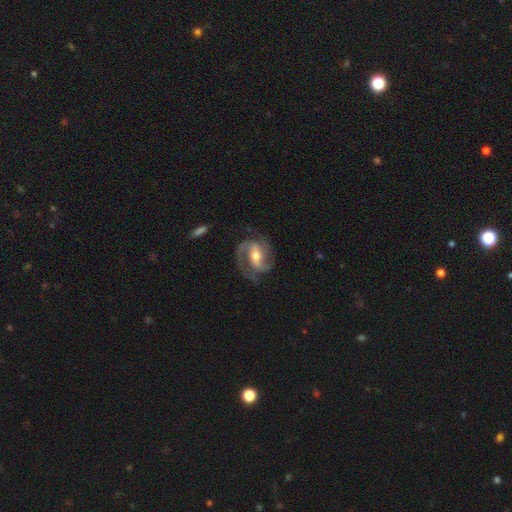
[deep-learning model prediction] Smooth or featured: featured or disk — 88% (smooth — 7%)
Edge-on disk: no — 97% (yes — 3%)
Bar: strong — 46% (weak — 37%)
Spiral arms: yes — 96% (no — 4%)
Spiral winding: medium — 53% (tight — 28%)
Spiral arm count: 2 — 81% (3 — 8%)
Bulge size: moderate — 64% (small — 28%)
Merging: none — 72% (minor disturbance — 17%)